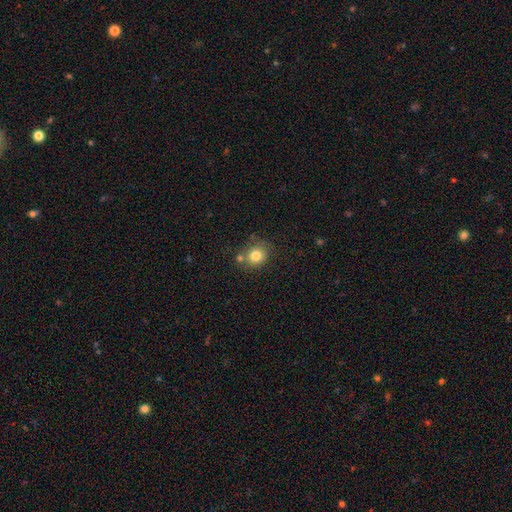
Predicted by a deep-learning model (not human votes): A smooth galaxy with no disk features (80%) that is round (75%).

Vote fractions:
- Smooth or featured? smooth: 80% / star or artifact: 11% / featured or disk: 9%
- How rounded? round: 75% / in between: 24% / cigar-shaped: 1%
- Merging? none: 66% / merger: 17% / minor disturbance: 14% / major disturbance: 4%